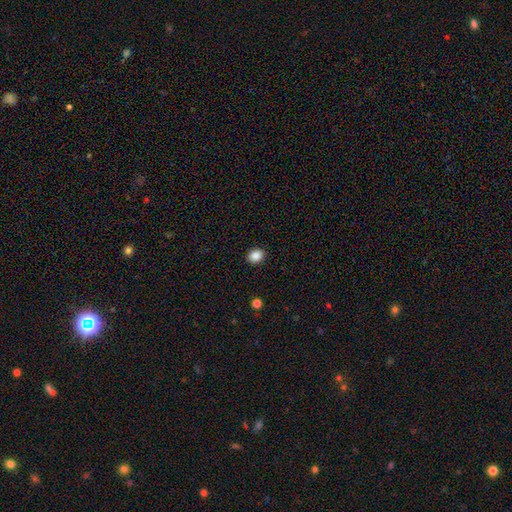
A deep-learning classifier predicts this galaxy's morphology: Smooth or featured: smooth — 87% (star or artifact — 10%)
How rounded: round — 52% (in between — 47%)
Merging: none — 90% (minor disturbance — 7%)